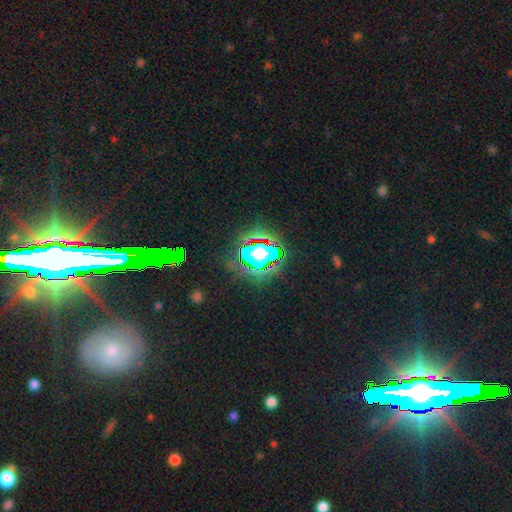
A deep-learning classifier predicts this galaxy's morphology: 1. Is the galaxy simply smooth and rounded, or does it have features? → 81% star or artifact, 10% smooth, 9% featured or disk.